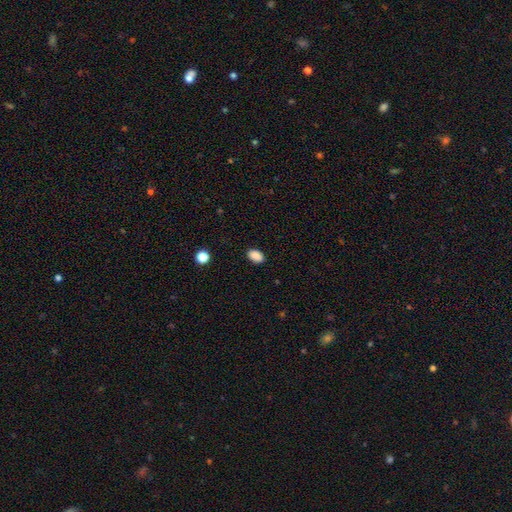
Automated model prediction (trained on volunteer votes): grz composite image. It shows a smooth galaxy with no disk features (88%) that is in between round and cigar-shaped (87%). Merging: none (88%).